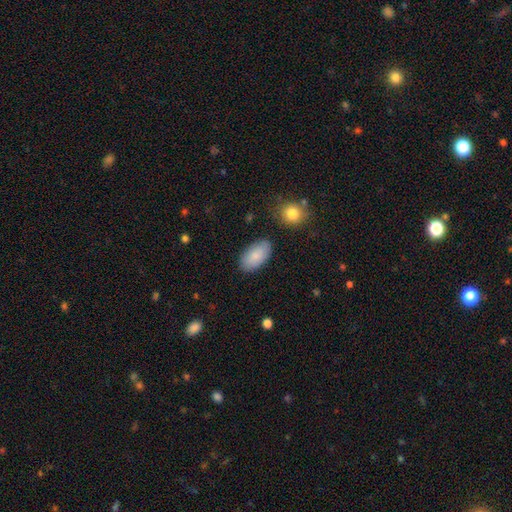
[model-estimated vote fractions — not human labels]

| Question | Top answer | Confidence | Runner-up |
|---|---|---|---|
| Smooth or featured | smooth | 86% | featured or disk (8%) |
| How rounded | in between | 95% | round (3%) |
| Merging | none | 84% | minor disturbance (11%) |